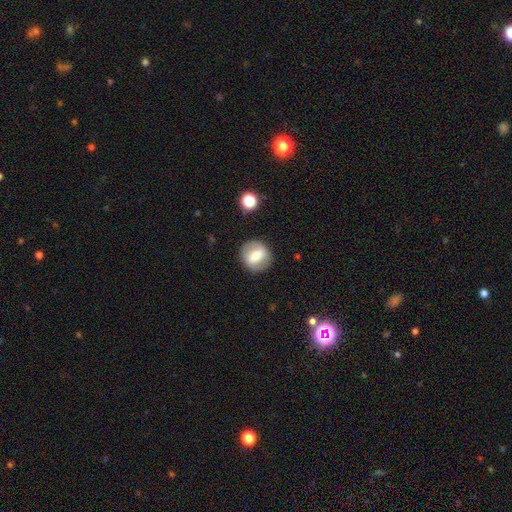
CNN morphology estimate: Q: Smooth or featured?
A: smooth (54%); runner-up: featured or disk (38%)
Q: How rounded?
A: round (77%); runner-up: in between (22%)
Q: Merging?
A: none (85%); runner-up: minor disturbance (10%)